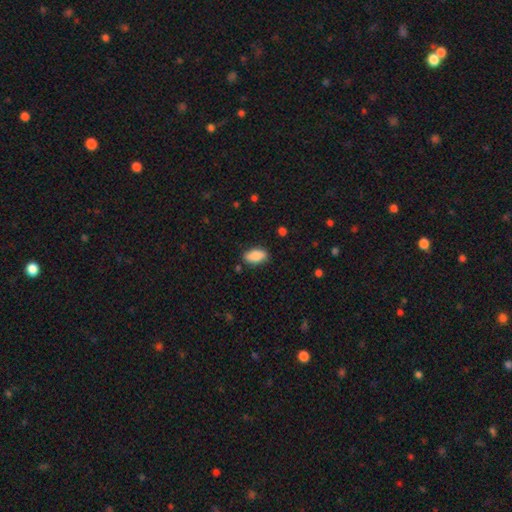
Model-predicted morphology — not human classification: Q: Smooth or featured?
A: smooth (89%); runner-up: star or artifact (7%)
Q: How rounded?
A: in between (91%); runner-up: cigar-shaped (5%)
Q: Merging?
A: none (83%); runner-up: minor disturbance (13%)